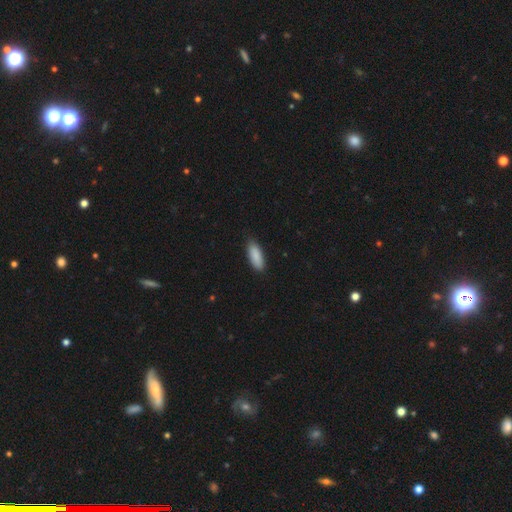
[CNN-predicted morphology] type=smooth (90%); roundness=in between (71%); merging=none (85%).